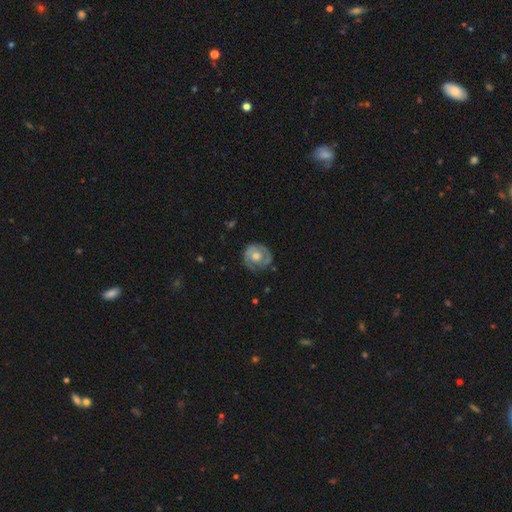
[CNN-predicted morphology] This is likely a featured or disk galaxy (67%). It is clearly not viewed edge-on (97%). Bar: likely no (75%). Spiral arm pattern: likely yes (75%). Central bulge: likely moderate (70%). Merging: likely none (77%).